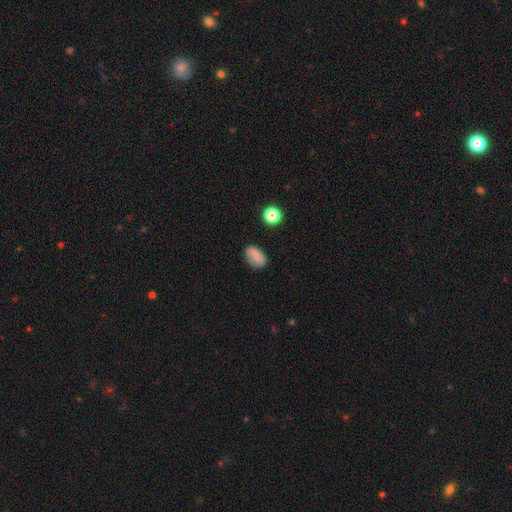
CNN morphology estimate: A smooth galaxy with no disk features (73%) that is in between round and cigar-shaped (86%).

Vote fractions:
- Smooth or featured? smooth: 73% / featured or disk: 17% / star or artifact: 10%
- How rounded? in between: 86% / round: 12% / cigar-shaped: 2%
- Merging? none: 77% / minor disturbance: 17% / major disturbance: 4% / merger: 2%